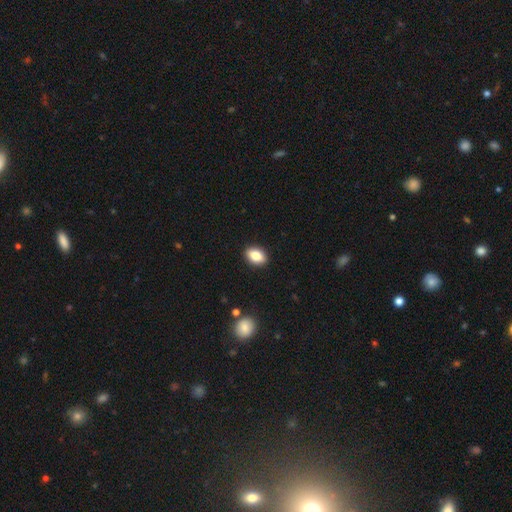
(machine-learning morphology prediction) This appears to be a smooth galaxy with no disk features (83%) that is in between round and cigar-shaped (84%). Merging: none (91%).